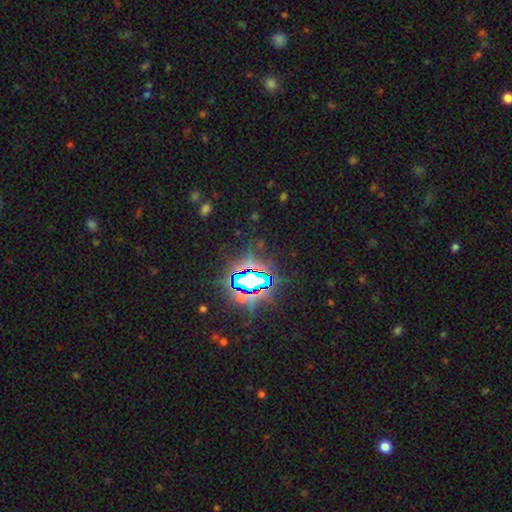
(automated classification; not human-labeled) This appears to be a star or artifact, not a galaxy (83%).